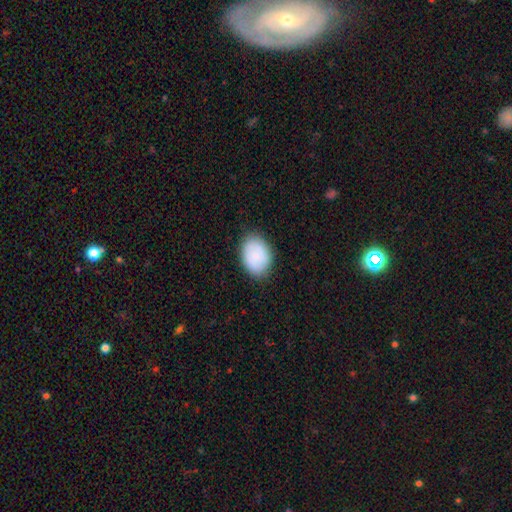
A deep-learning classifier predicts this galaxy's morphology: smooth_or_featured: smooth (p=0.82) [alt: featured or disk p=0.12]
how_rounded: in between (p=0.72) [alt: round p=0.27]
merging: none (p=0.83) [alt: minor disturbance p=0.13]